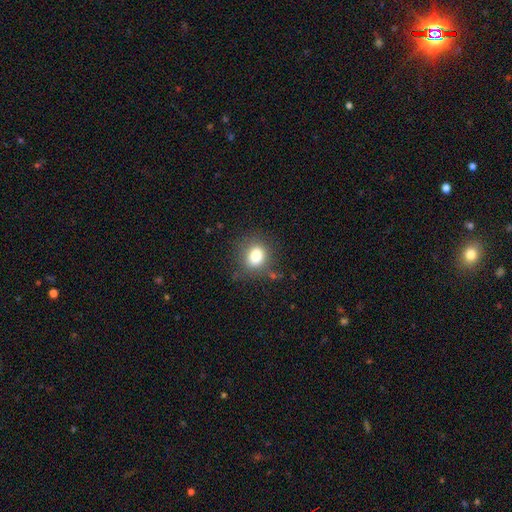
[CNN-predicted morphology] smooth_or_featured: smooth (p=0.81) [alt: star or artifact p=0.11]
how_rounded: round (p=0.67) [alt: in between p=0.32]
merging: none (p=0.76) [alt: minor disturbance p=0.16]